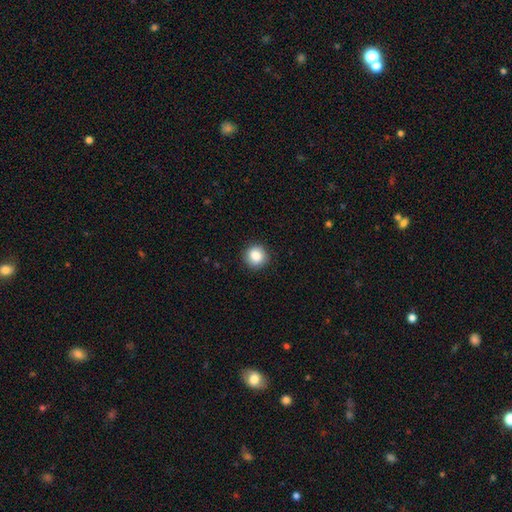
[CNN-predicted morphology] Overall: smooth (85%). How rounded: round (90%). Merging: none (89%).